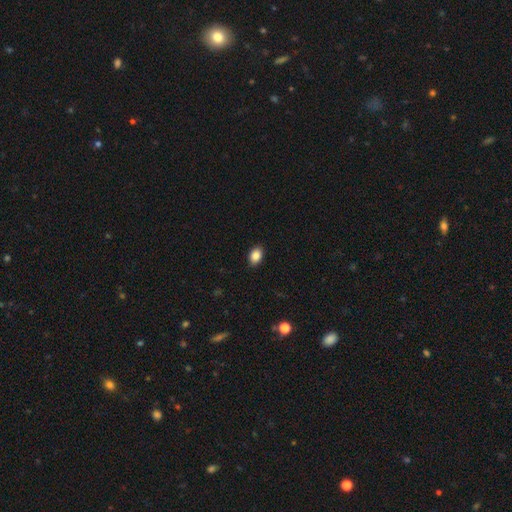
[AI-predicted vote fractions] Smooth or featured? Predicted: smooth (p=0.86). How rounded? Predicted: in between (p=0.83). Merging? Predicted: none (p=0.90).